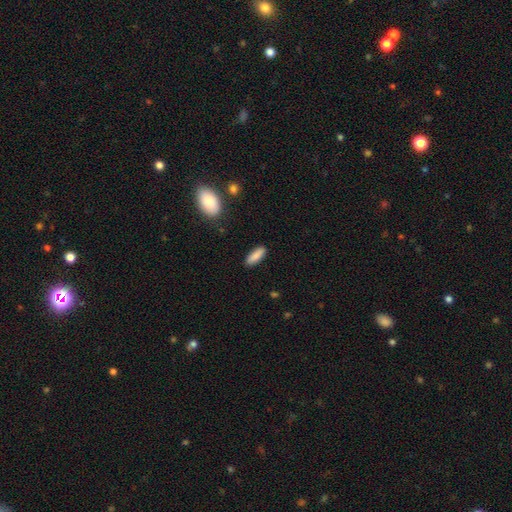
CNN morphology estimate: Q: Smooth or featured?
A: smooth (87%); runner-up: featured or disk (7%)
Q: How rounded?
A: in between (59%); runner-up: cigar-shaped (39%)
Q: Merging?
A: none (87%); runner-up: minor disturbance (9%)